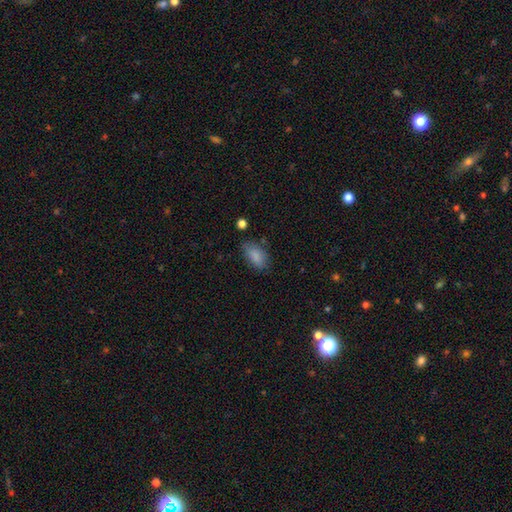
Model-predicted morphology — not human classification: This is clearly a smooth galaxy (86%). How rounded: clearly in between (92%). Merging: likely none (73%).